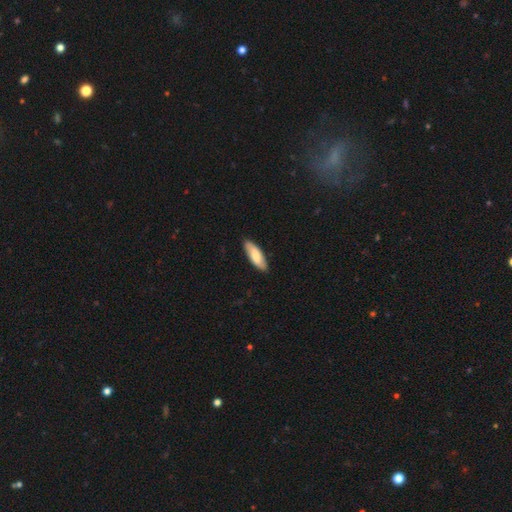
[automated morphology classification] This is likely a smooth galaxy (76%). How rounded: likely in between (64%). Merging: clearly none (86%).